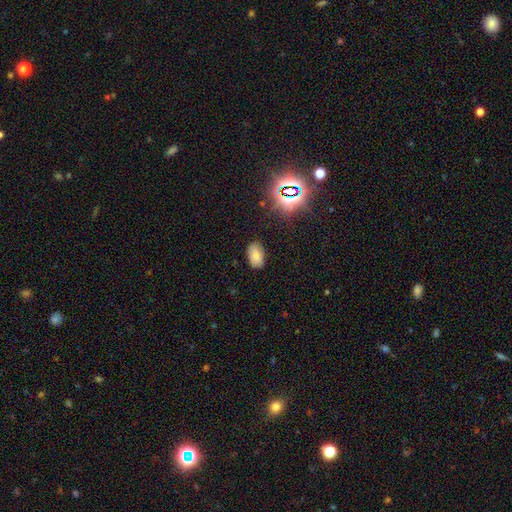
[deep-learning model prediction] This appears to be a smooth galaxy with no disk features (74%) that is in between round and cigar-shaped (92%). Merging: none (81%).